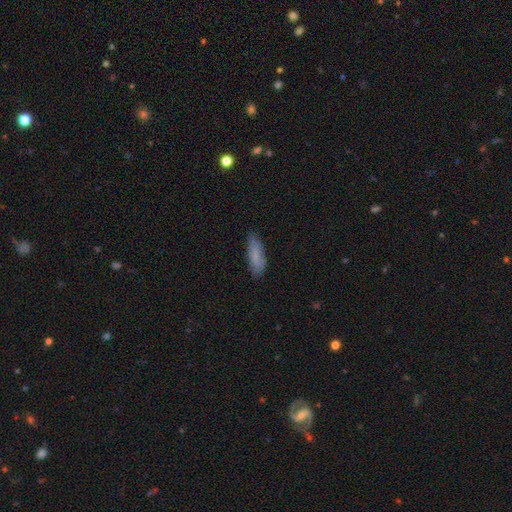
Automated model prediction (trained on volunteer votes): Overall: smooth (79%). How rounded: cigar-shaped (52%; in between 46%). Merging: none (77%).